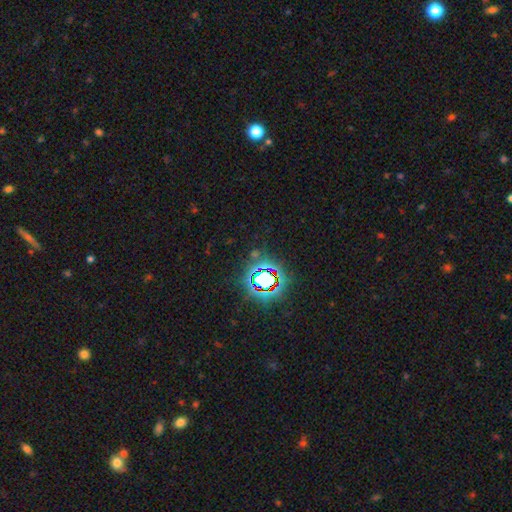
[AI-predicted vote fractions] The model was most divided on "smooth or featured": star or artifact: 78%, smooth: 14%, featured or disk: 8%.